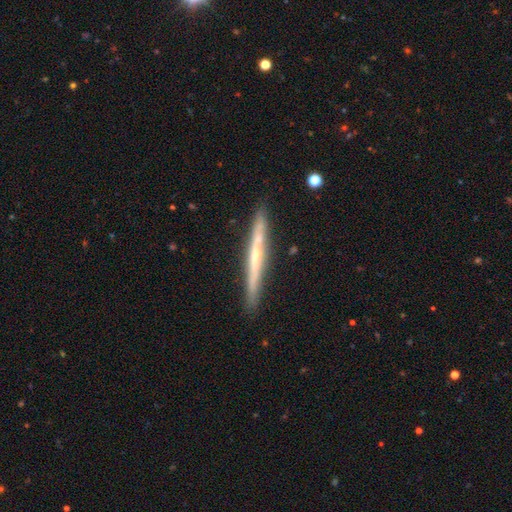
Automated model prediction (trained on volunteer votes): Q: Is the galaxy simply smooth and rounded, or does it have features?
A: featured or disk — 65%.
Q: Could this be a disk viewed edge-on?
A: yes — 96%.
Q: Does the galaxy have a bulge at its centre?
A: none — 61%.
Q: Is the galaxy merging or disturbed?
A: none — 89%.